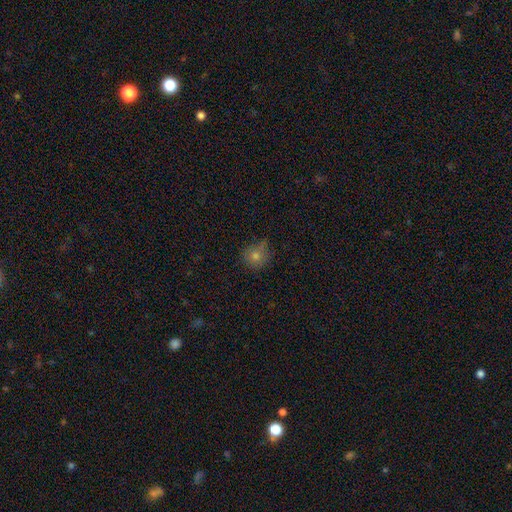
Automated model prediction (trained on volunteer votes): Morphology: type=smooth (71%); roundness=round (88%); merging=none (72%).